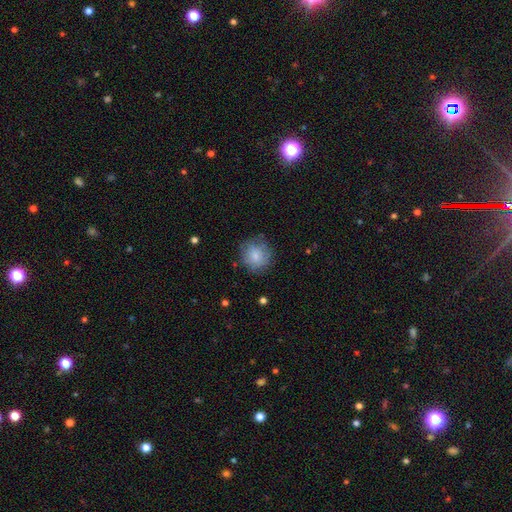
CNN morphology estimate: This appears to be a smooth galaxy with no disk features (77%) that is round (86%). Merging: none (72%).